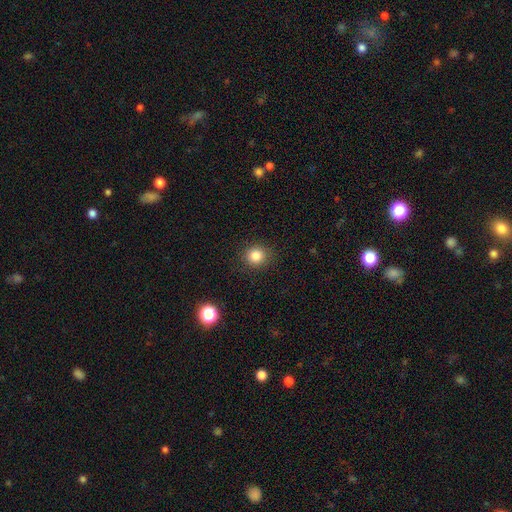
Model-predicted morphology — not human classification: type=smooth (83%); roundness=round (88%); merging=none (89%).